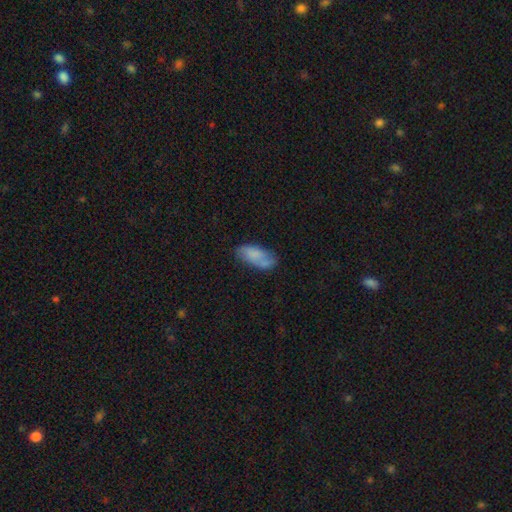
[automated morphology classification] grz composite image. It shows a smooth galaxy with no disk features (69%) that is in between round and cigar-shaped (87%). Merging: none (60%).